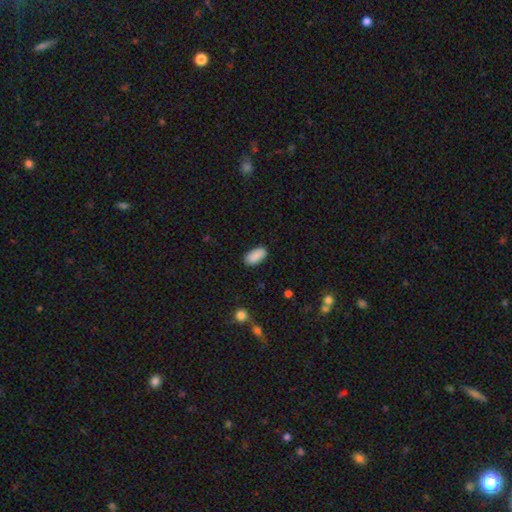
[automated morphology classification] The model was most divided on "merging": none: 86%, minor disturbance: 10%, major disturbance: 2%, merger: 1%. More confident: how rounded — in between (93%); smooth or featured — smooth (89%).